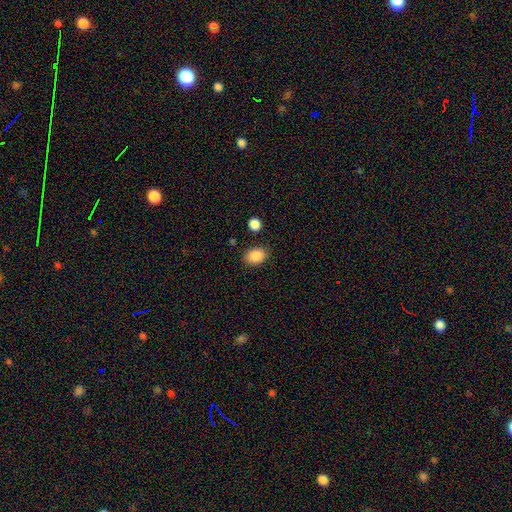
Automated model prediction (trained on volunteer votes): smooth 88%, star or artifact 8%, featured or disk 4%. Down the decision tree: how rounded — in between (68%); merging — none (83%).